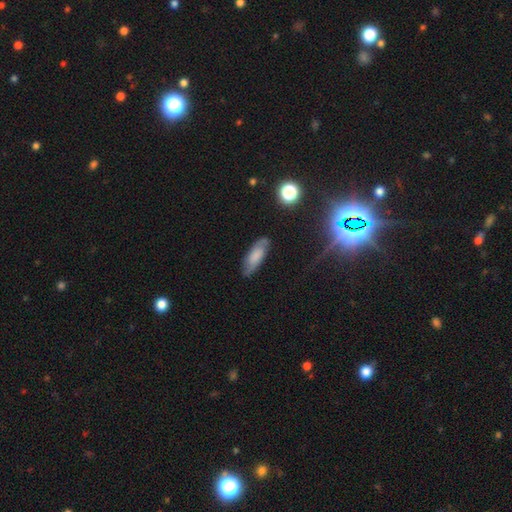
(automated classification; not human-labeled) A smooth galaxy with no disk features (55%) that is in between round and cigar-shaped (65%).

Vote fractions:
- Smooth or featured? smooth: 55% / featured or disk: 36% / star or artifact: 9%
- How rounded? in between: 65% / cigar-shaped: 32% / round: 2%
- Merging? none: 80% / minor disturbance: 15% / major disturbance: 3% / merger: 1%